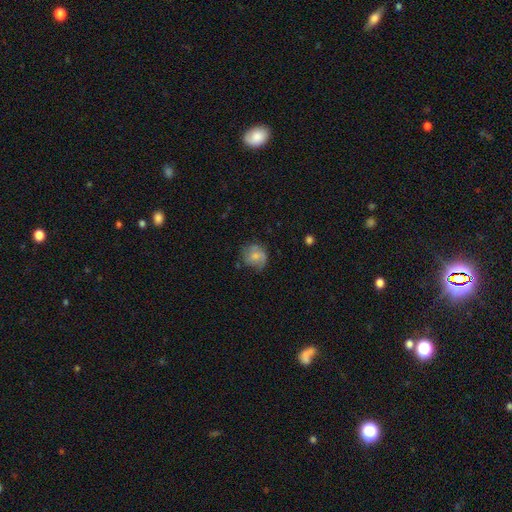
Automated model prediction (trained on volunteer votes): Smooth or featured? smooth (60%)
How rounded? round (76%)
Merging? none (59%)